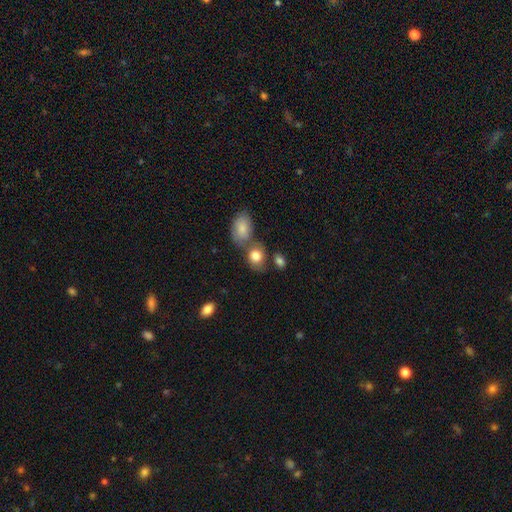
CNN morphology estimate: Smooth or featured? Predicted: smooth (p=0.80). How rounded? Predicted: in between (p=0.52). Merging? Predicted: none (p=0.48).